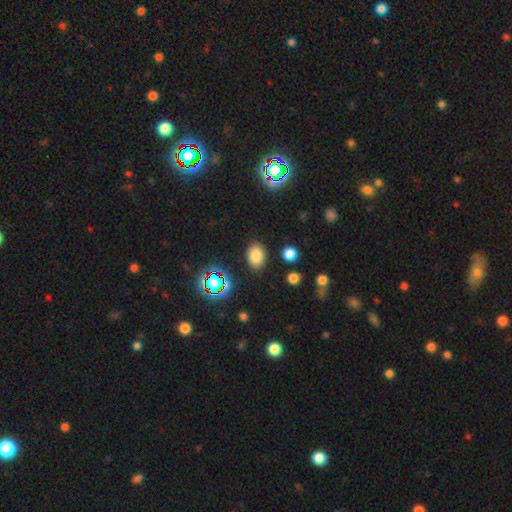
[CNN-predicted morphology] A smooth galaxy with no disk features (79%) that is in between round and cigar-shaped (78%). Merging: none (85%).